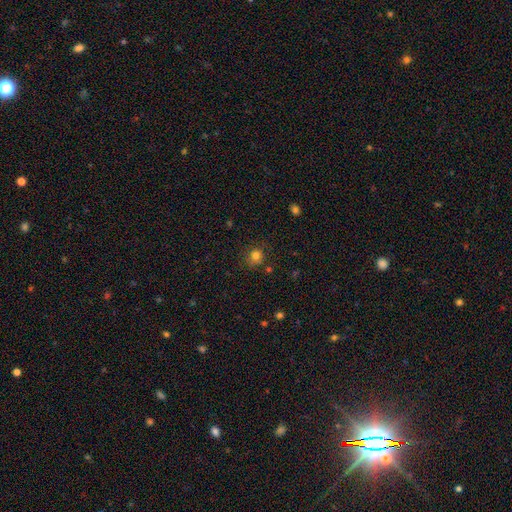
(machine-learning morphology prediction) smooth_or_featured: smooth (p=0.79) [alt: star or artifact p=0.15]
how_rounded: round (p=0.82) [alt: in between p=0.17]
merging: none (p=0.76) [alt: minor disturbance p=0.15]